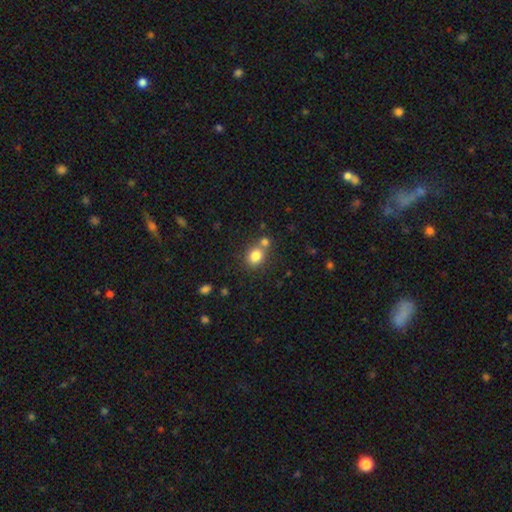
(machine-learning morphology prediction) Q: Smooth or featured?
A: smooth (80%); runner-up: star or artifact (11%)
Q: How rounded?
A: round (69%); runner-up: in between (30%)
Q: Merging?
A: none (55%); runner-up: merger (32%)